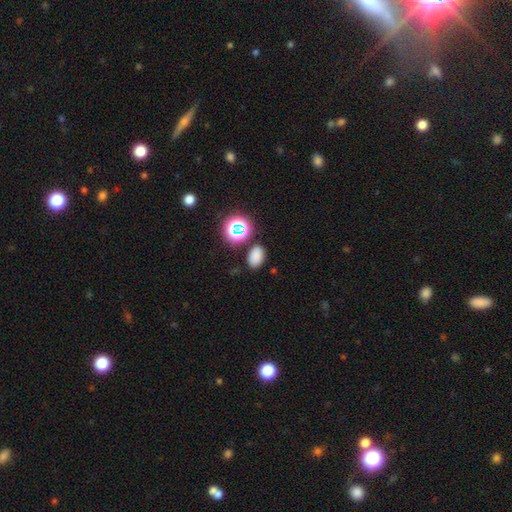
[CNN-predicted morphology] smooth_or_featured: smooth (p=0.76) [alt: star or artifact p=0.19]
how_rounded: in between (p=0.84) [alt: round p=0.15]
merging: none (p=0.81) [alt: minor disturbance p=0.10]